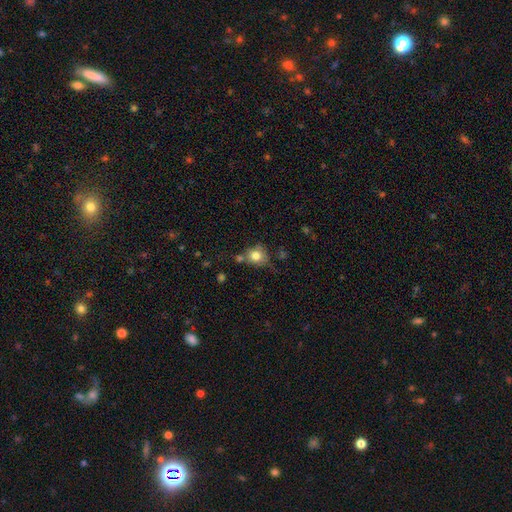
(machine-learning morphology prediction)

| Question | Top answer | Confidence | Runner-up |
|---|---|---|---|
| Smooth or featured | smooth | 79% | star or artifact (11%) |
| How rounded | round | 78% | in between (20%) |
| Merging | none | 55% | minor disturbance (22%) |